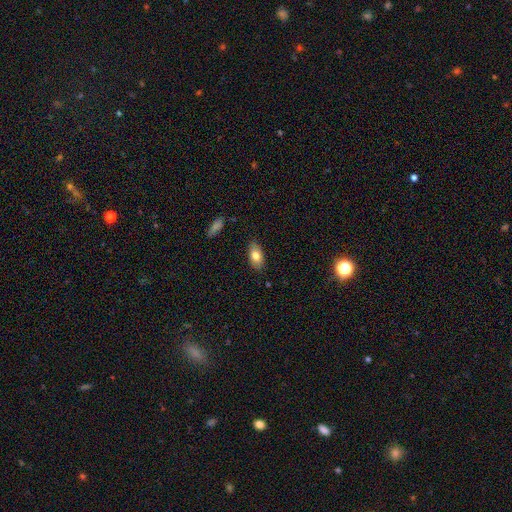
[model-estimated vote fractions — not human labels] A smooth galaxy with no disk features (78%) that is in between round and cigar-shaped (91%).

Vote fractions:
- Smooth or featured? smooth: 78% / featured or disk: 15% / star or artifact: 7%
- How rounded? in between: 91% / cigar-shaped: 5% / round: 4%
- Merging? none: 85% / minor disturbance: 11% / major disturbance: 2% / merger: 1%